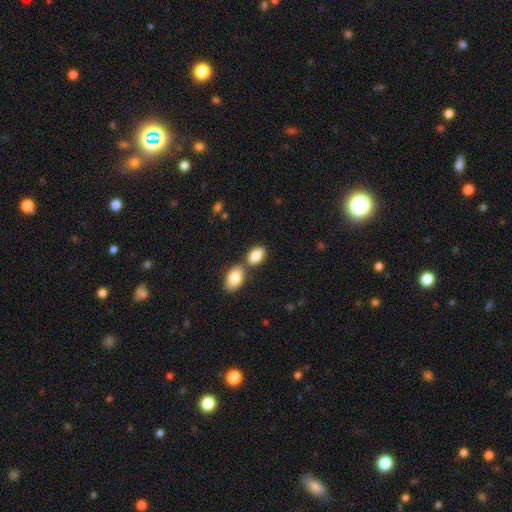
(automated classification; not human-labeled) smooth-or-featured: smooth: 84% | featured or disk: 9% | star or artifact: 7%
  how-rounded: in between: 91% | round: 7% | cigar-shaped: 2%
  merging: none: 51% | merger: 36% | minor disturbance: 10% | major disturbance: 3%